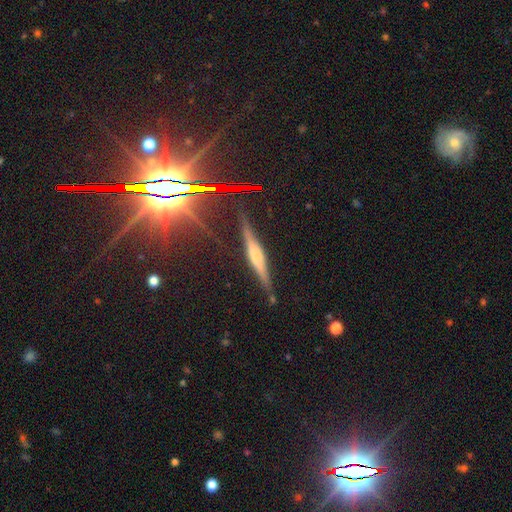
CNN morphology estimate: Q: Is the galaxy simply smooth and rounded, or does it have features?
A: featured or disk — 58%.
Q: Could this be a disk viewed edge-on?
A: yes — 96%.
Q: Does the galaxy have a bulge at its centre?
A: rounded — 51%.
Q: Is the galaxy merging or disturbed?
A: none — 85%.